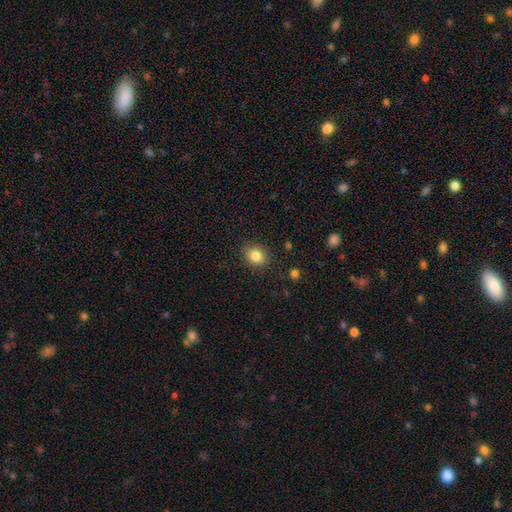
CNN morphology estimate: smooth-or-featured: smooth: 84% | star or artifact: 10% | featured or disk: 6%
  how-rounded: round: 68% | in between: 31% | cigar-shaped: 1%
  merging: none: 86% | minor disturbance: 10% | major disturbance: 3% | merger: 1%